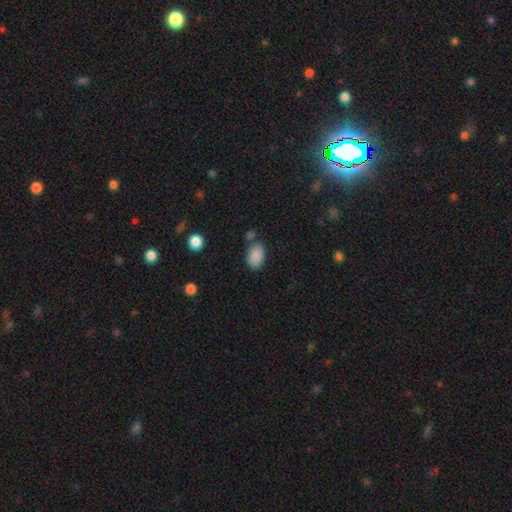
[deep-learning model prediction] Smooth or featured? smooth (88%)
How rounded? in between (88%)
Merging? none (71%)